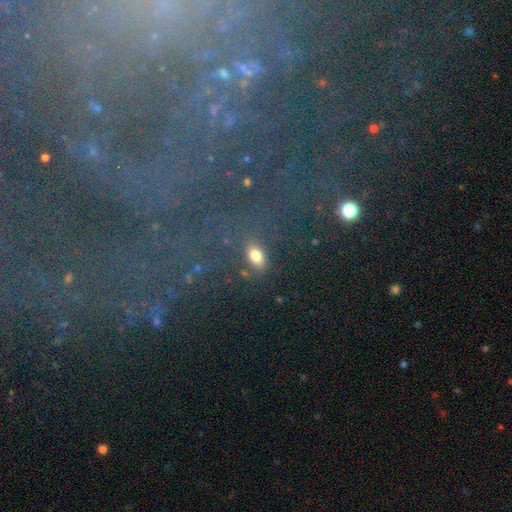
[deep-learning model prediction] smooth_or_featured: smooth (p=0.72) [alt: star or artifact p=0.16]
how_rounded: in between (p=0.84) [alt: round p=0.10]
merging: none (p=0.75) [alt: minor disturbance p=0.13]